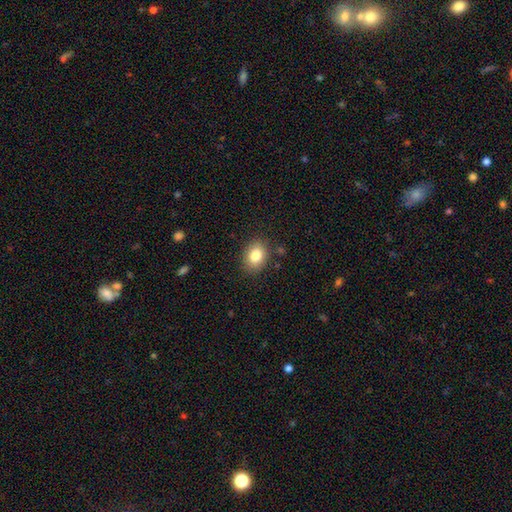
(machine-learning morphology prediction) A smooth galaxy with no disk features (83%) that is in between round and cigar-shaped (65%).

Vote fractions:
- Smooth or featured? smooth: 83% / star or artifact: 9% / featured or disk: 8%
- How rounded? in between: 65% / round: 34% / cigar-shaped: 1%
- Merging? none: 85% / minor disturbance: 11% / major disturbance: 3% / merger: 2%